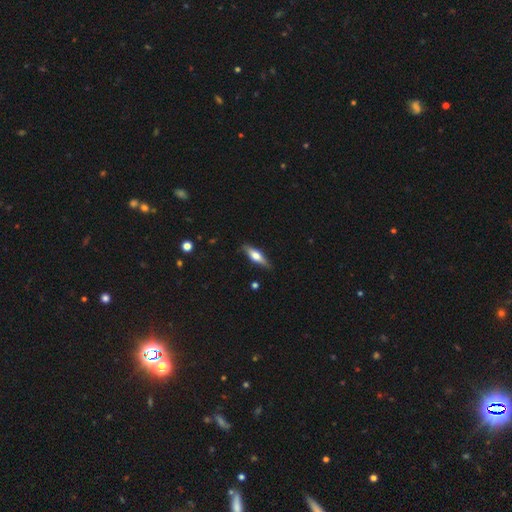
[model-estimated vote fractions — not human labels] Smooth or featured? Predicted: featured or disk (p=0.52). Edge-on disk? Predicted: yes (p=0.93). Merging? Predicted: none (p=0.85).